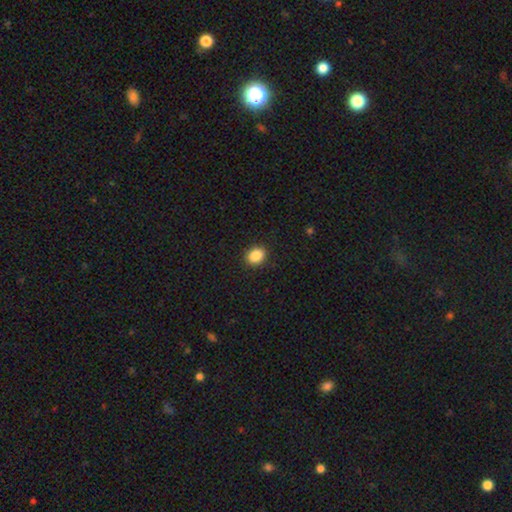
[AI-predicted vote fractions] Overall: smooth (87%). How rounded: round (51%; in between 48%). Merging: none (90%).